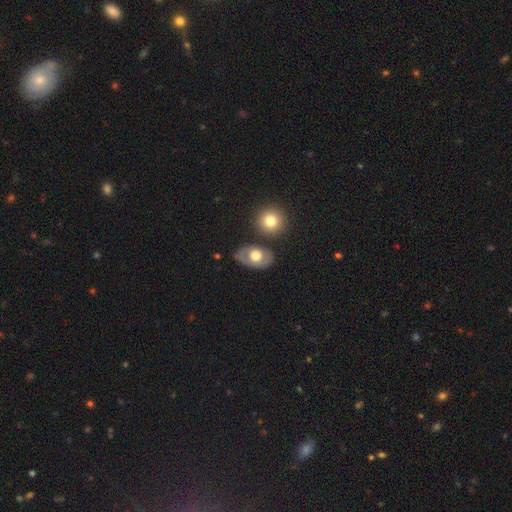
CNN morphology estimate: This is possibly a smooth galaxy (50%). Merging: likely none (73%).